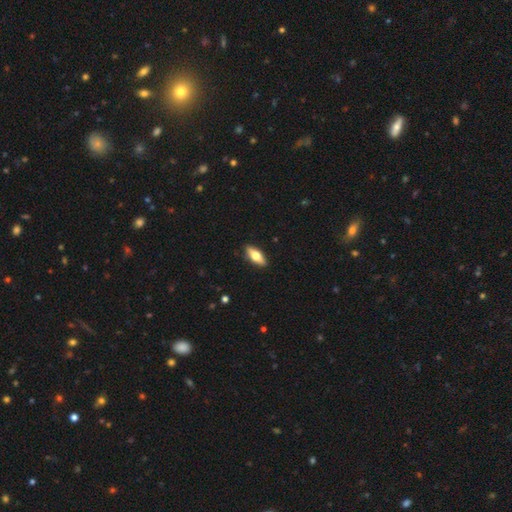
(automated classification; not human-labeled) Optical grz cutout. It shows a smooth galaxy with no disk features (64%) that is in between round and cigar-shaped (73%). Merging: none (89%).